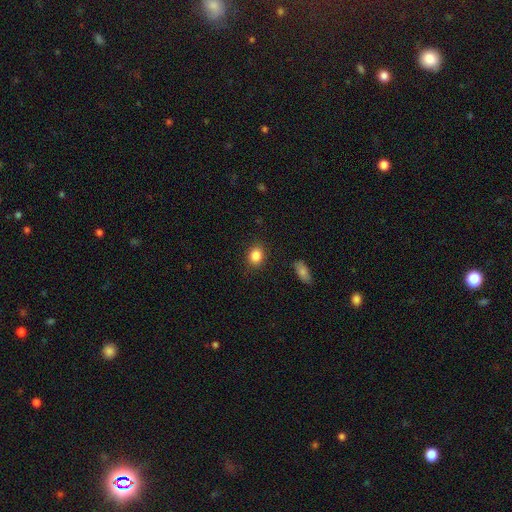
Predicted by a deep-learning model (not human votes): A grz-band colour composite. It shows a smooth galaxy with no disk features (86%) that is round (55%). Merging: none (87%).